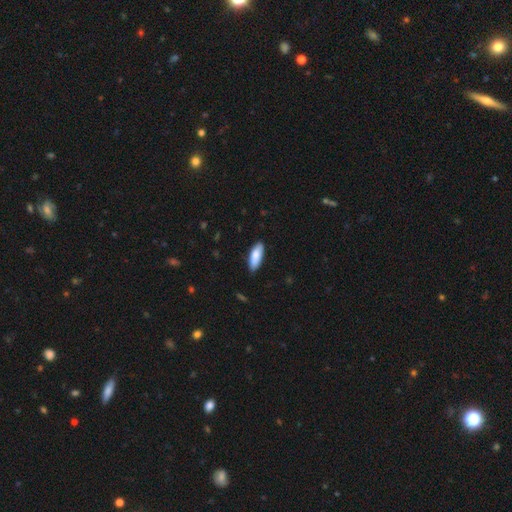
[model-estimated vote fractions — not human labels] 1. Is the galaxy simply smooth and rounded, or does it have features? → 83% smooth, 11% featured or disk, 5% star or artifact.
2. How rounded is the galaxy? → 73% in between, 25% cigar-shaped, 2% round.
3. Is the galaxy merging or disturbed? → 86% none, 11% minor disturbance, 2% major disturbance, 1% merger.